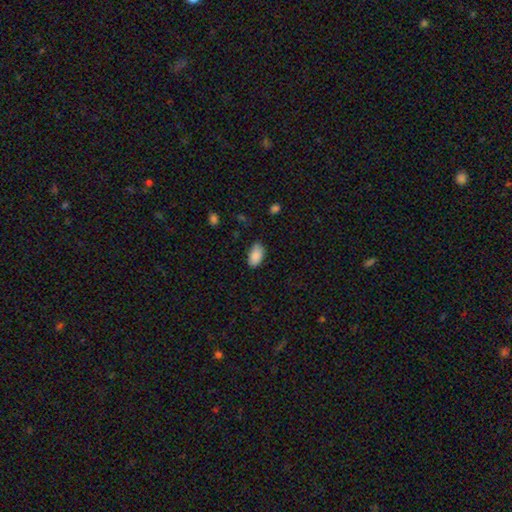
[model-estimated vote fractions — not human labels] This appears to be a smooth galaxy with no disk features (89%) that is in between round and cigar-shaped (94%). Merging: none (80%).